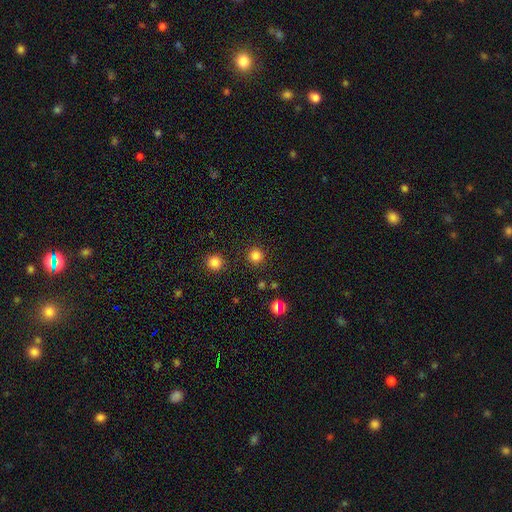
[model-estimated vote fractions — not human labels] A smooth galaxy with no disk features (81%) that is round (95%).

Vote fractions:
- Smooth or featured? smooth: 81% / star or artifact: 15% / featured or disk: 3%
- How rounded? round: 95% / in between: 4% / cigar-shaped: 1%
- Merging? none: 90% / minor disturbance: 5% / major disturbance: 2% / merger: 2%